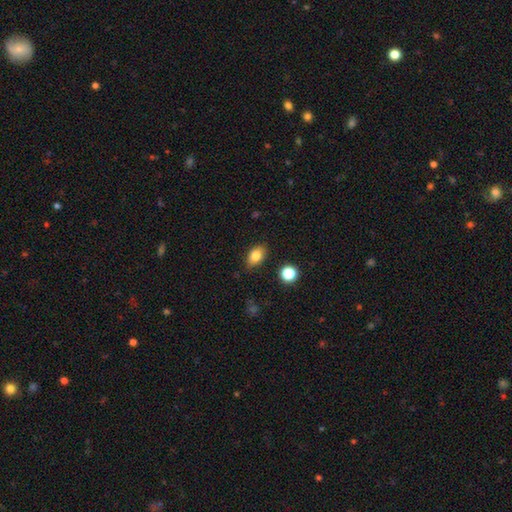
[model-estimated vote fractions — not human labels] Smooth or featured: smooth — 81% (star or artifact — 10%)
How rounded: in between — 82% (round — 16%)
Merging: none — 83% (minor disturbance — 12%)